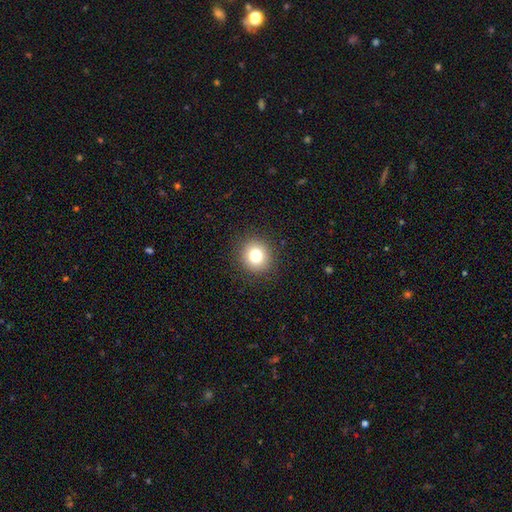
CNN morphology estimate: Q: Smooth or featured?
A: smooth (79%); runner-up: star or artifact (12%)
Q: How rounded?
A: round (88%); runner-up: in between (11%)
Q: Merging?
A: none (90%); runner-up: minor disturbance (6%)